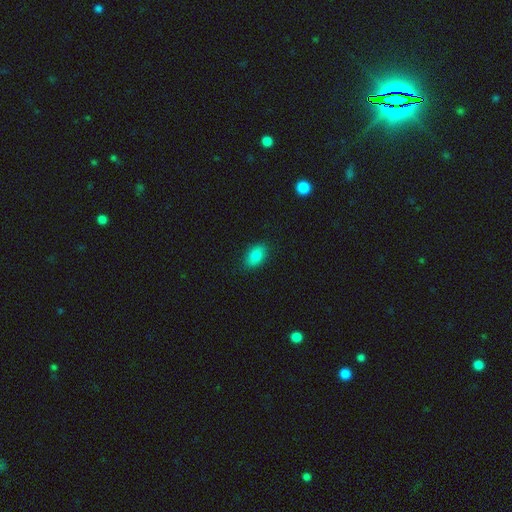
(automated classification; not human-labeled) Morphology: type=smooth (84%); roundness=in between (88%); merging=none (86%).